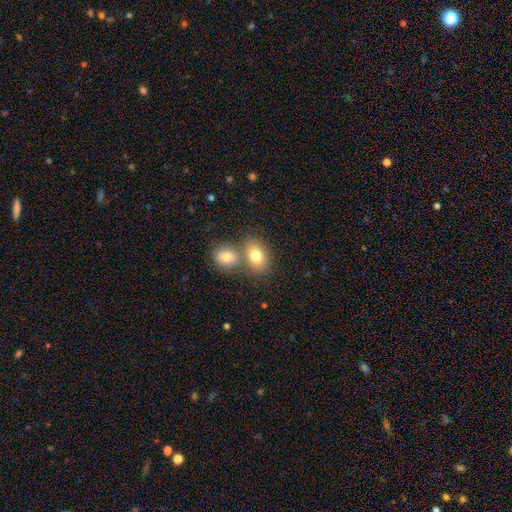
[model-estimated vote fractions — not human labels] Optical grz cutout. It shows a smooth galaxy with no disk features (77%) that is in between round and cigar-shaped (71%). Merging: none (48%).